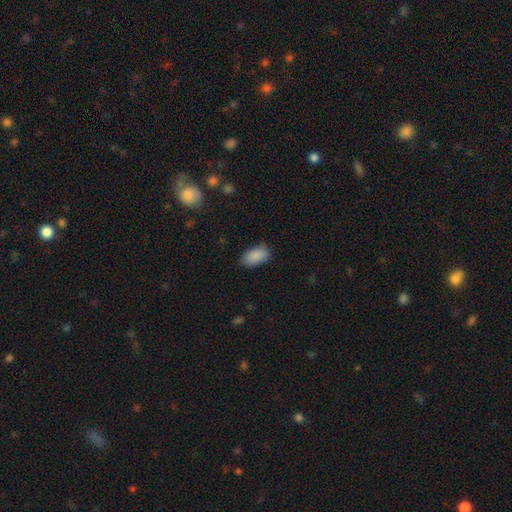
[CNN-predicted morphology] Smooth or featured: smooth — 89% (star or artifact — 7%)
How rounded: in between — 94% (round — 4%)
Merging: none — 80% (minor disturbance — 16%)